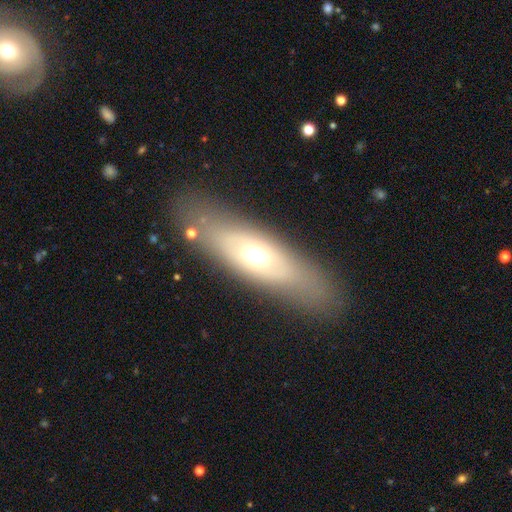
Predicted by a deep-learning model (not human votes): This is possibly a smooth galaxy (48%). Merging: clearly none (81%).